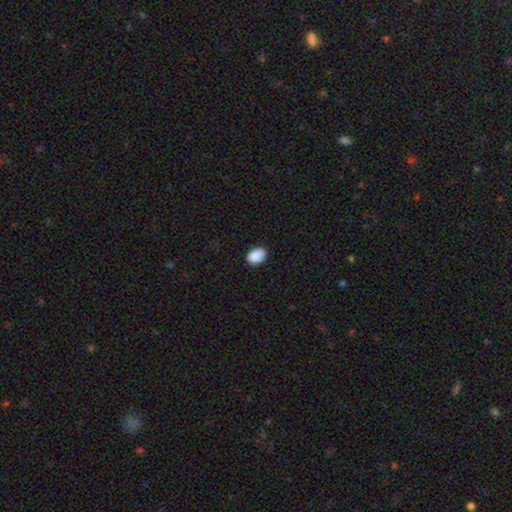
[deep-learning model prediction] smooth-or-featured: smooth: 90% | star or artifact: 7% | featured or disk: 3%
  how-rounded: in between: 81% | round: 18% | cigar-shaped: 1%
  merging: none: 87% | minor disturbance: 10% | major disturbance: 2% | merger: 1%